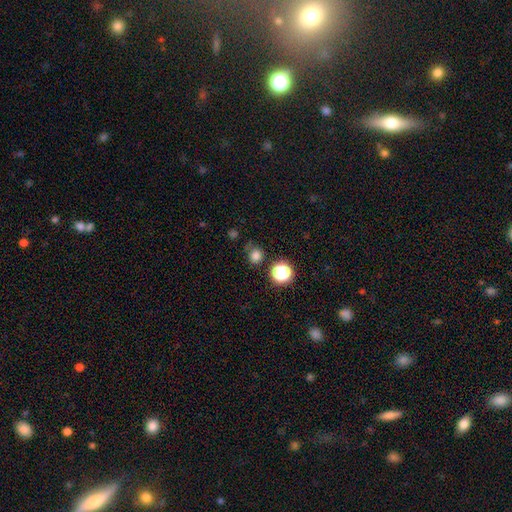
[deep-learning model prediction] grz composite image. It shows a smooth galaxy with no disk features (77%) that is round (86%). Merging: none (71%).